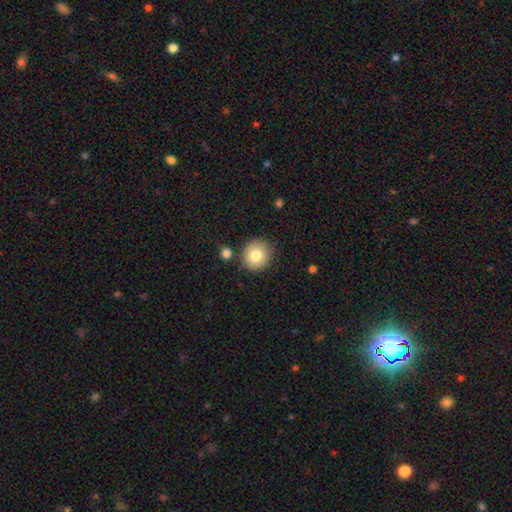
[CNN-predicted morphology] Smooth or featured: smooth — 81% (featured or disk — 10%)
How rounded: round — 91% (in between — 8%)
Merging: none — 84% (minor disturbance — 9%)